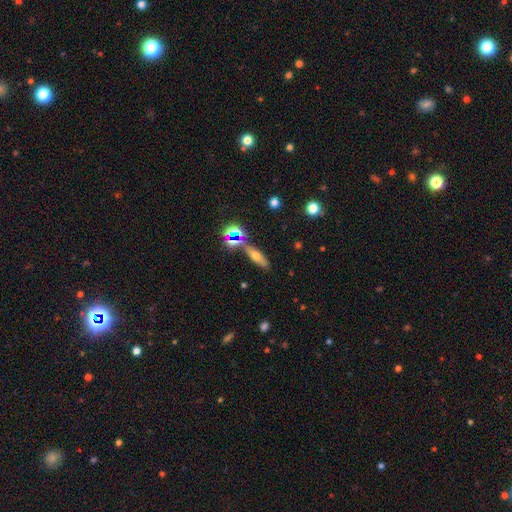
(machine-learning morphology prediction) Smooth or featured? smooth (50%)
How rounded? cigar-shaped (51%)
Merging? none (70%)